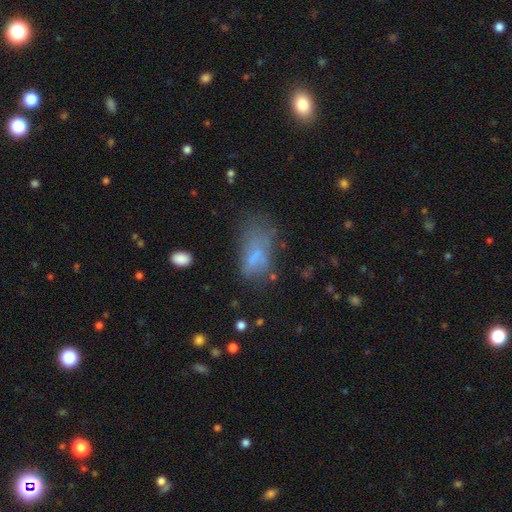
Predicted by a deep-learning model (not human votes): smooth-or-featured: smooth: 58% | featured or disk: 27% | star or artifact: 15%
  how-rounded: in between: 85% | cigar-shaped: 9% | round: 6%
  merging: none: 36% | major disturbance: 31% | minor disturbance: 26% | merger: 7%